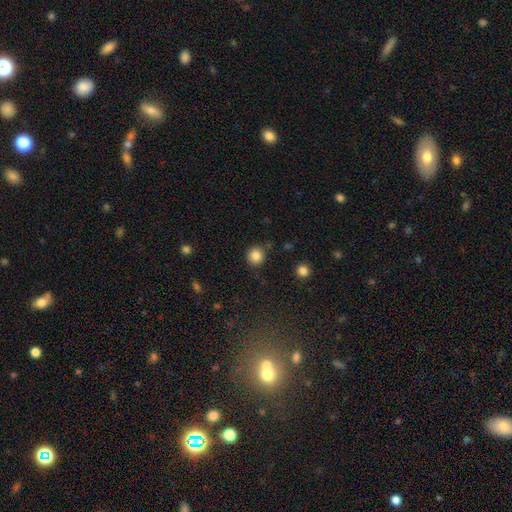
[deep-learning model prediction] smooth_or_featured: smooth (p=0.85) [alt: star or artifact p=0.11]
how_rounded: round (p=0.93) [alt: in between p=0.06]
merging: none (p=0.84) [alt: minor disturbance p=0.10]